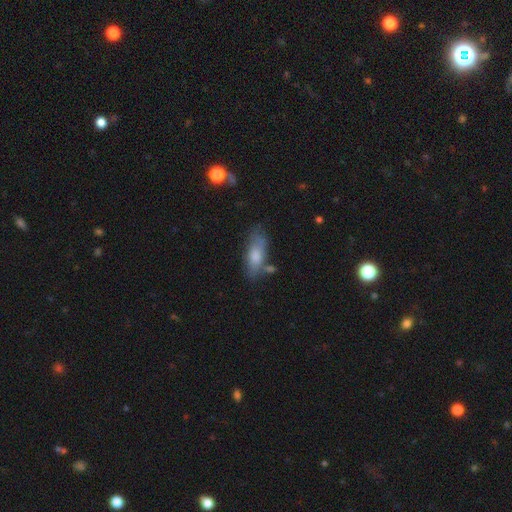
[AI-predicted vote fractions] Smooth or featured? smooth (73%)
How rounded? in between (74%)
Merging? none (58%)